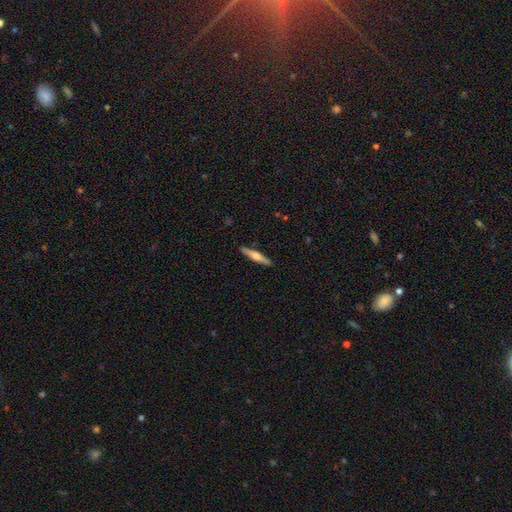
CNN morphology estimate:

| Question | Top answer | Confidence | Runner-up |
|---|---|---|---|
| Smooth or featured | featured or disk | 50% | smooth (45%) |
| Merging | none | 91% | minor disturbance (7%) |